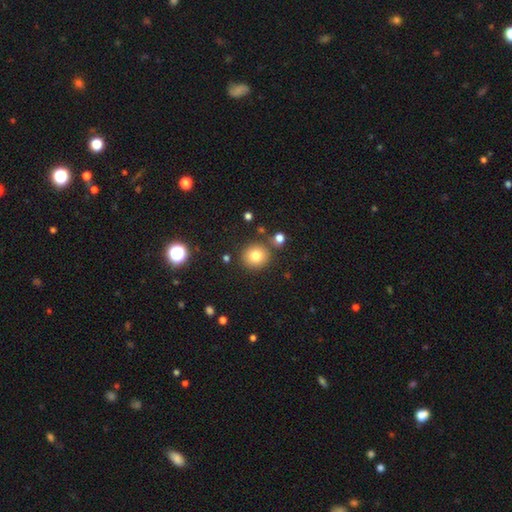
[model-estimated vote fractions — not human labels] Morphology: type=smooth (80%); roundness=round (87%); merging=none (83%).